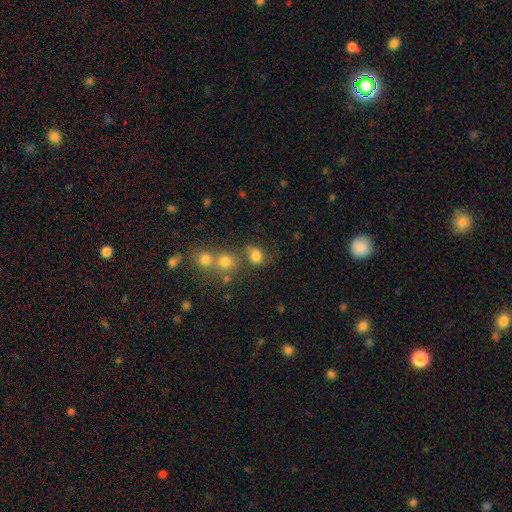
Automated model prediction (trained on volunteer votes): smooth_or_featured: smooth (p=0.77) [alt: star or artifact p=0.13]
how_rounded: round (p=0.55) [alt: in between p=0.43]
merging: none (p=0.50) [alt: merger p=0.25]